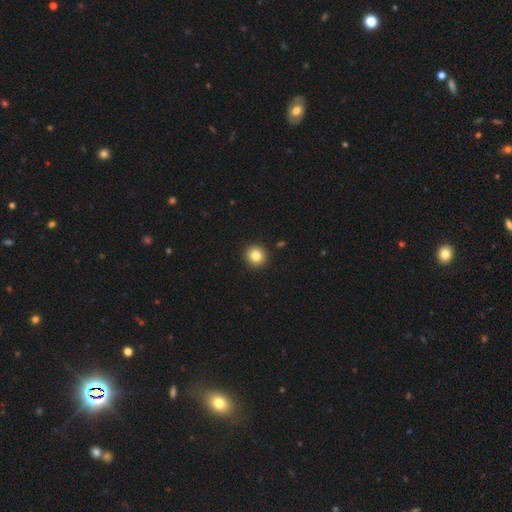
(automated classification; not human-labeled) smooth_or_featured: smooth (p=0.83) [alt: star or artifact p=0.10]
how_rounded: round (p=0.93) [alt: in between p=0.06]
merging: none (p=0.93) [alt: minor disturbance p=0.04]